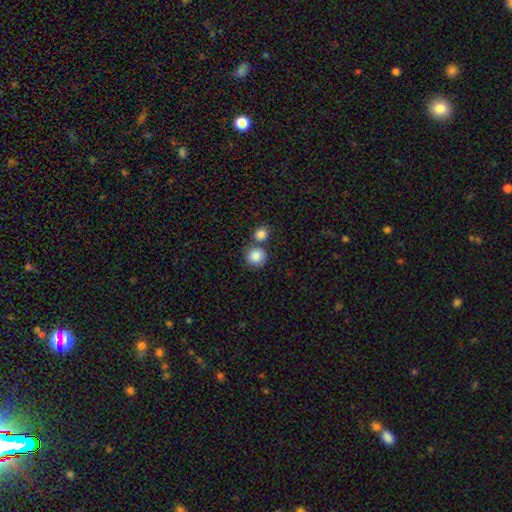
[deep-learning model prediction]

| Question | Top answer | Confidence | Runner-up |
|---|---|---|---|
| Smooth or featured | smooth | 87% | star or artifact (8%) |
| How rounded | round | 87% | in between (12%) |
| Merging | none | 56% | merger (30%) |